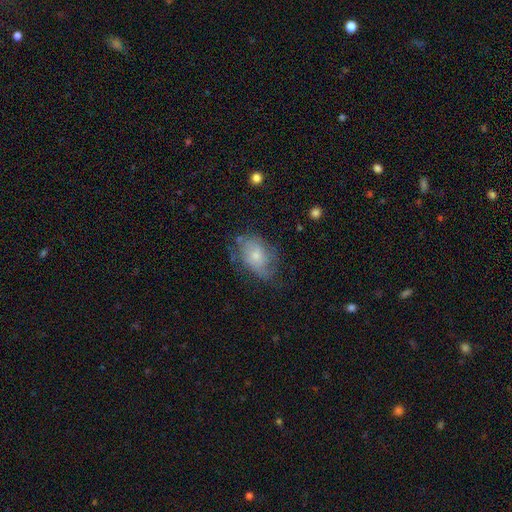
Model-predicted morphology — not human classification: Smooth or featured? smooth (53%)
How rounded? in between (83%)
Merging? none (50%)